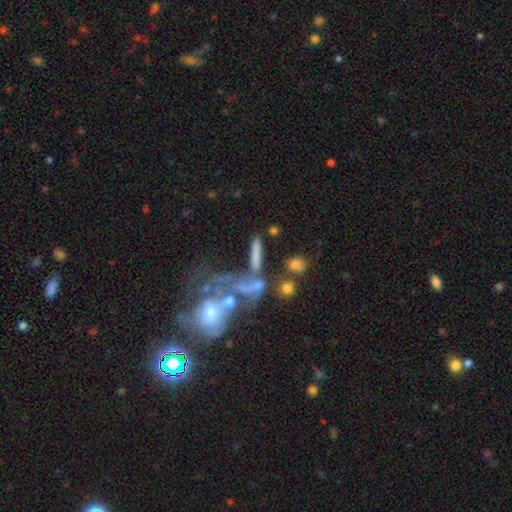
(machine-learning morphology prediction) smooth_or_featured: smooth (p=0.53) [alt: featured or disk p=0.33]
how_rounded: cigar-shaped (p=0.58) [alt: in between p=0.31]
merging: none (p=0.38) [alt: merger p=0.34]